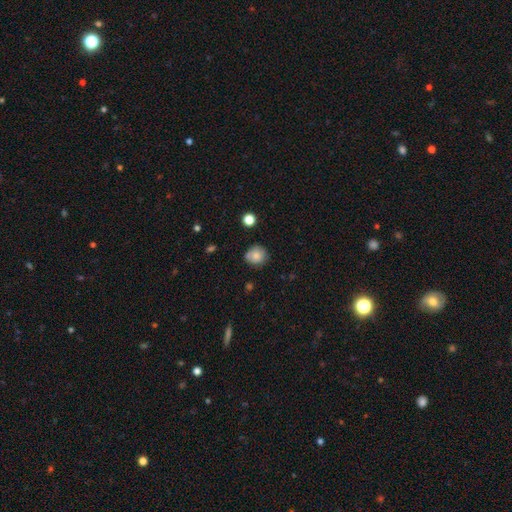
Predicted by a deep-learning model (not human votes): smooth 78%, featured or disk 12%, star or artifact 10%. Down the decision tree: how rounded — round (84%); merging — none (71%).